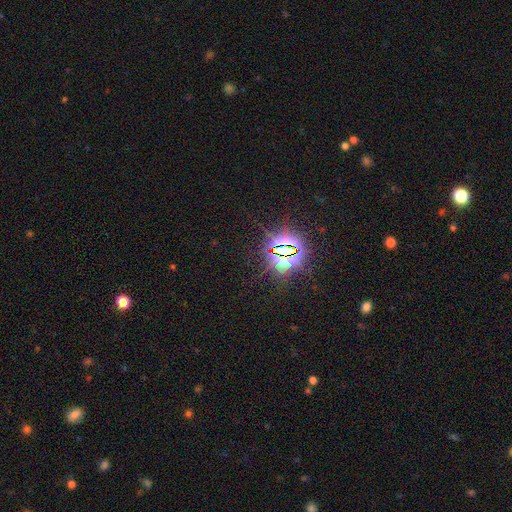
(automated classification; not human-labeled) Smooth or featured? Predicted: star or artifact (p=0.83).